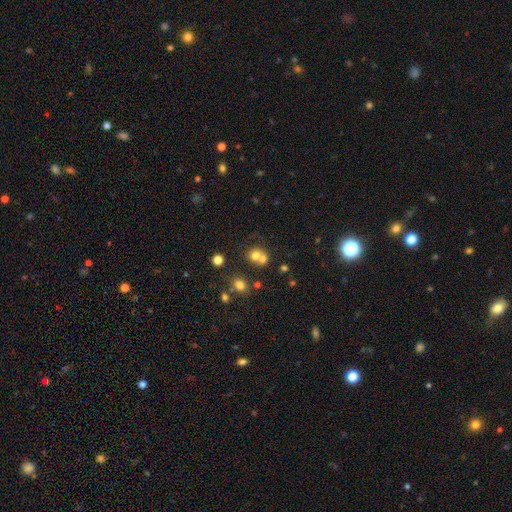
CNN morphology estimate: smooth 68%, star or artifact 16%, featured or disk 15%. Down the decision tree: how rounded — round (77%); merging — merger (51%).